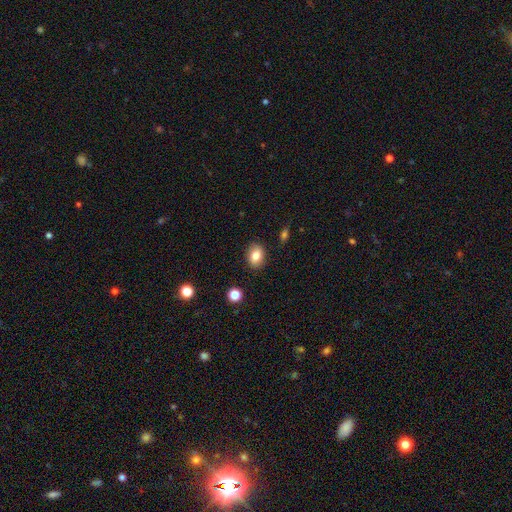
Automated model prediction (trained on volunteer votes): Smooth or featured?
  - smooth: 82% *
  - star or artifact: 9%
  - featured or disk: 9%
How rounded?
  - in between: 67% *
  - round: 32%
  - cigar-shaped: 1%
Merging?
  - none: 87% *
  - minor disturbance: 9%
  - major disturbance: 2%
  - merger: 2%